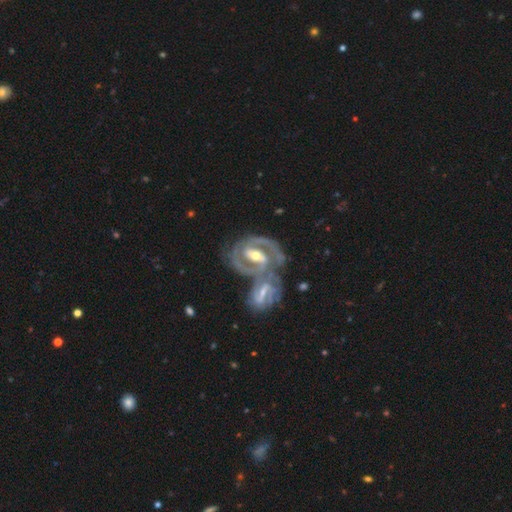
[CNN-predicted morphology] This is clearly a featured or disk galaxy (89%). It is clearly not viewed edge-on (96%). Bar: marginally weak (41%). Spiral arm pattern: clearly yes (93%). Spiral arm count: likely 2 (78%). Spiral winding: possibly tight (49%). Central bulge: likely moderate (63%). Merging: possibly merger (59%).